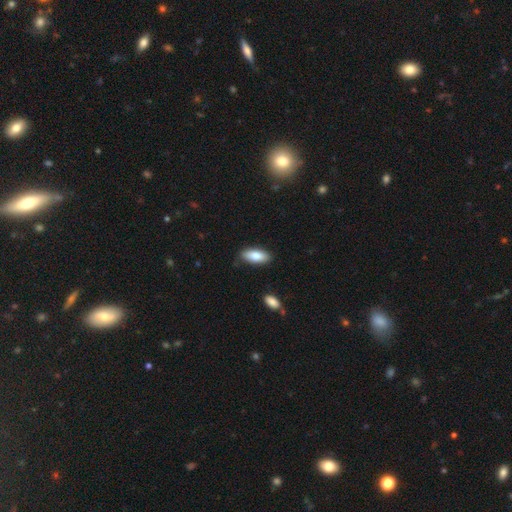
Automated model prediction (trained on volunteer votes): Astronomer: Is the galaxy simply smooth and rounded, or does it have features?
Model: smooth — 83%.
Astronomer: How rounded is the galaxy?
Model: in between — 81%.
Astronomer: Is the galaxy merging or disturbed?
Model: none — 84%.